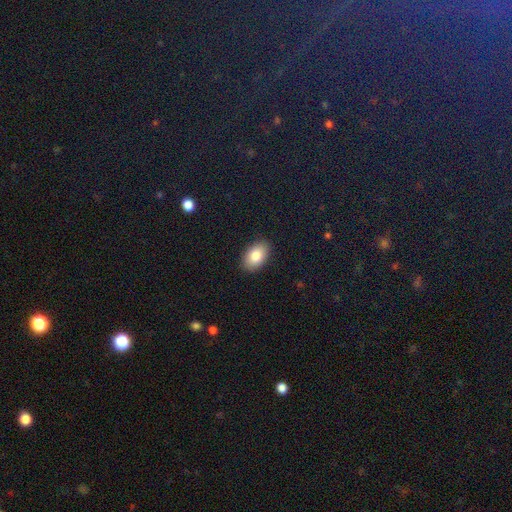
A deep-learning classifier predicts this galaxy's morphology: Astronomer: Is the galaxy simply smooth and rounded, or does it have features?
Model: smooth — 83%.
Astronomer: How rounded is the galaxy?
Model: in between — 91%.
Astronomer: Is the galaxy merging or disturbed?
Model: none — 89%.